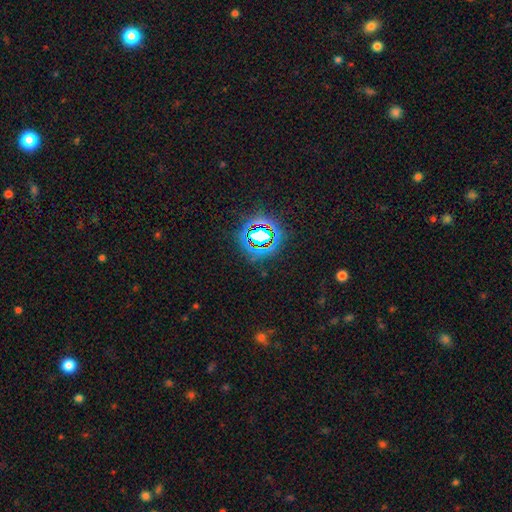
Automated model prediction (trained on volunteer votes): Smooth or featured? star or artifact (75%)